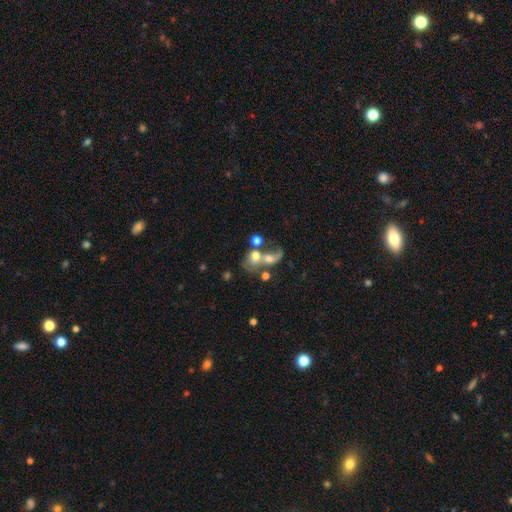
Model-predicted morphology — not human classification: Q: Smooth or featured?
A: smooth (46%); runner-up: featured or disk (40%)
Q: Merging?
A: merger (61%); runner-up: major disturbance (16%)